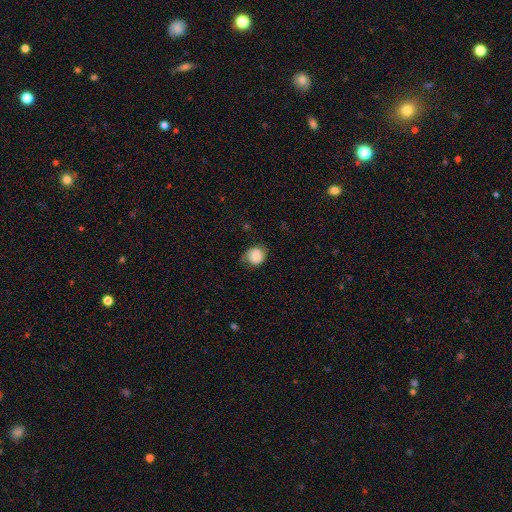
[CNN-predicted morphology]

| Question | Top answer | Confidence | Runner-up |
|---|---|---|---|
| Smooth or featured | smooth | 71% | featured or disk (21%) |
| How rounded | round | 73% | in between (26%) |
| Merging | none | 64% | minor disturbance (27%) |